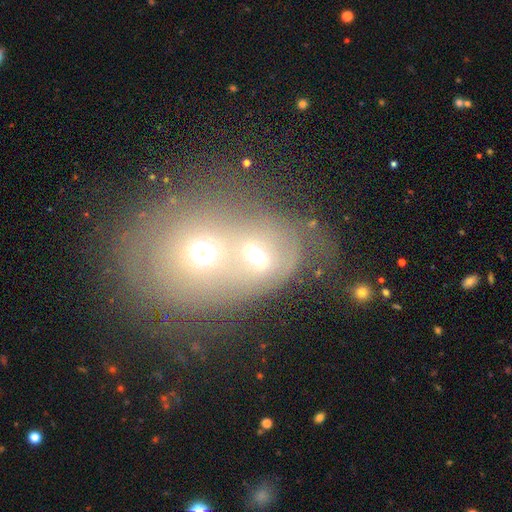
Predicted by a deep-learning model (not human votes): smooth 43%, featured or disk 42%, star or artifact 14%. Down the decision tree: merging — merger (72%).